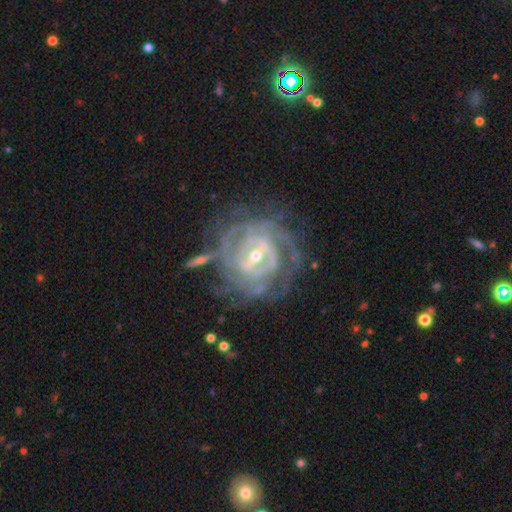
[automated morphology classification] This appears to be a featured or disk galaxy (89%) with a weak bar (45%), tight (74%) spiral arms (94%) and a small central bulge (59%). Merging: none (66%).